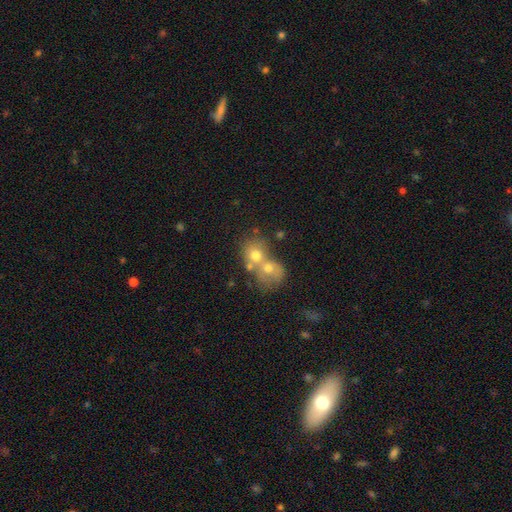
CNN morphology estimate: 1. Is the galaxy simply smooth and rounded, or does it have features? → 51% smooth, 30% featured or disk, 19% star or artifact.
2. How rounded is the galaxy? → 69% round, 29% in between, 2% cigar-shaped.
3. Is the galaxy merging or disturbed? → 66% merger, 24% none, 6% minor disturbance, 4% major disturbance.